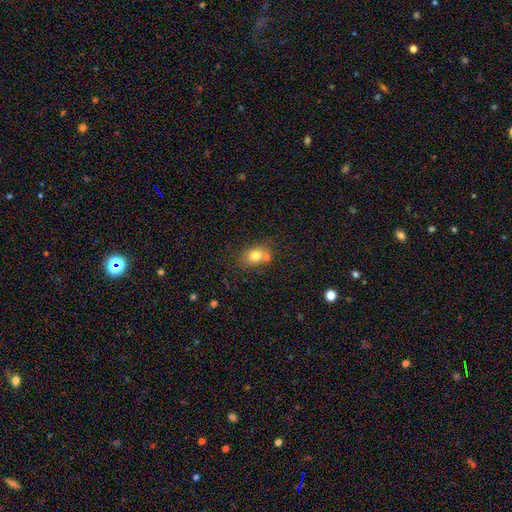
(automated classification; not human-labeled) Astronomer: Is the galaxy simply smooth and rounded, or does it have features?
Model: smooth — 76%.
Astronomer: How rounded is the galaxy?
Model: in between — 60% (runner-up: round, 38%).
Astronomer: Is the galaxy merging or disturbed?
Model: none — 55%.